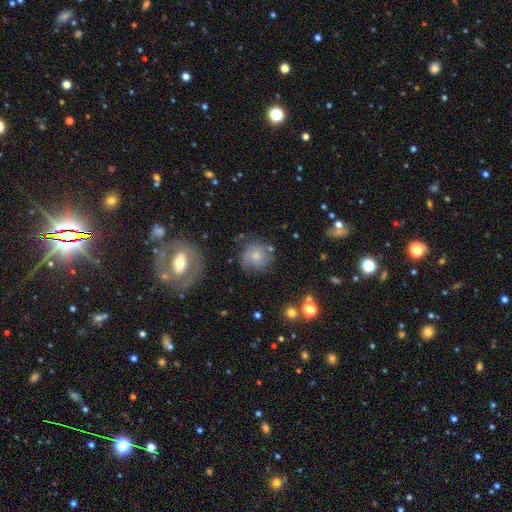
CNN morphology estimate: A smooth galaxy with no disk features (51%) that is round (83%). Merging: none (64%).